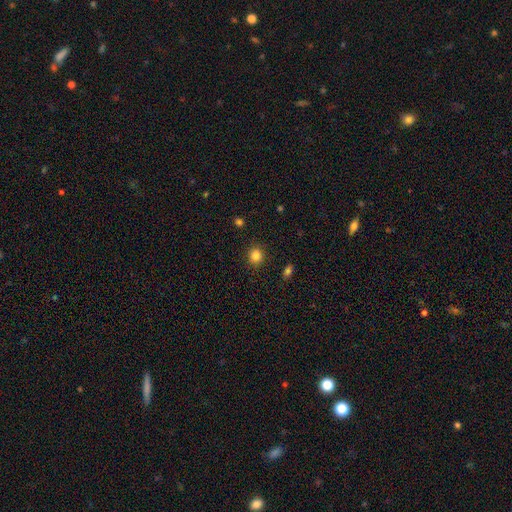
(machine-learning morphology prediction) This is clearly a smooth galaxy (84%). How rounded: clearly round (83%). Merging: clearly none (90%).